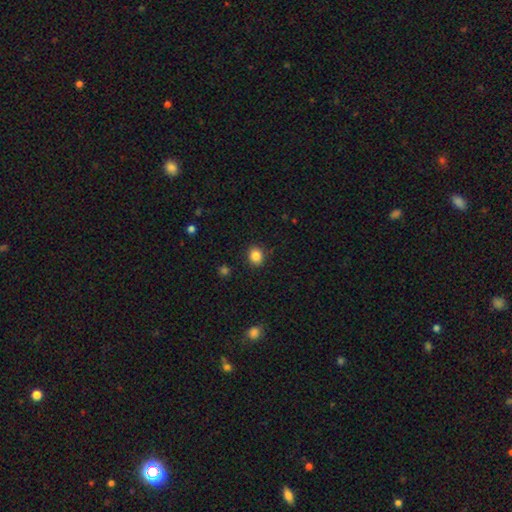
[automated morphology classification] Smooth or featured?
  - smooth: 85% *
  - star or artifact: 10%
  - featured or disk: 4%
How rounded?
  - round: 65% *
  - in between: 34%
  - cigar-shaped: 1%
Merging?
  - none: 88% *
  - minor disturbance: 8%
  - major disturbance: 2%
  - merger: 1%